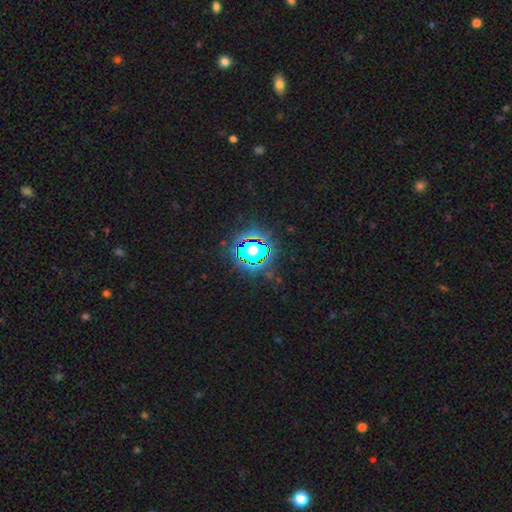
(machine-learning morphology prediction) A star or artifact, not a galaxy (81%).

Vote fractions:
- Smooth or featured? star or artifact: 81% / smooth: 12% / featured or disk: 7%